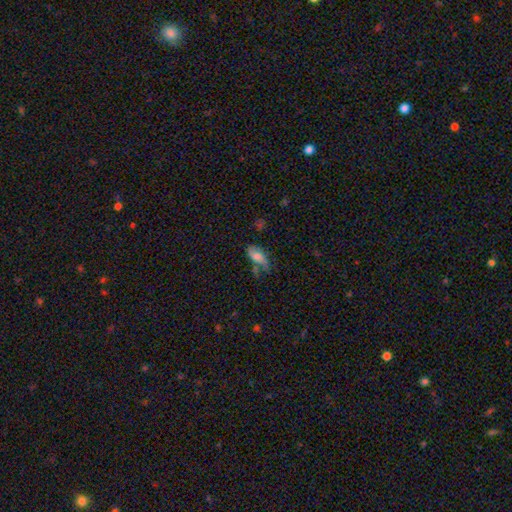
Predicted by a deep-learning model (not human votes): Smooth or featured?
  - smooth: 60% *
  - featured or disk: 31%
  - star or artifact: 9%
How rounded?
  - in between: 86% *
  - cigar-shaped: 9%
  - round: 4%
Merging?
  - none: 42% *
  - minor disturbance: 32%
  - major disturbance: 17%
  - merger: 9%